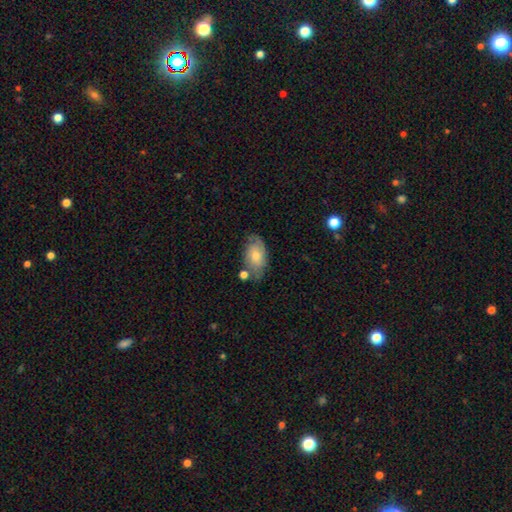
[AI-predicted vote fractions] This appears to be a smooth galaxy with no disk features (50%). Merging: none (61%).